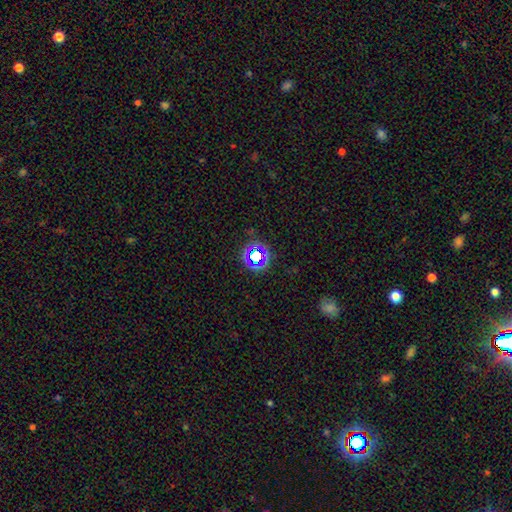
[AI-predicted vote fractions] Smooth or featured? Predicted: star or artifact (p=0.63).